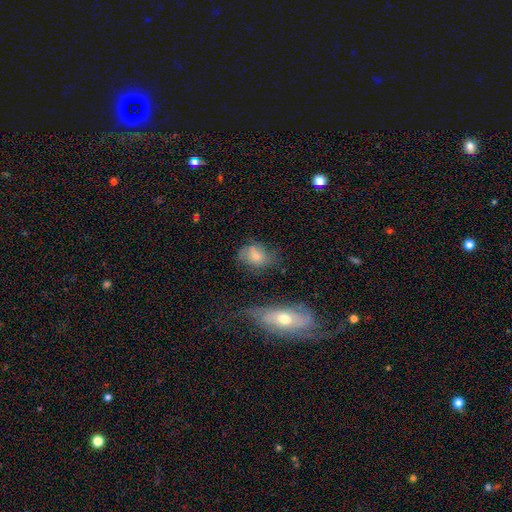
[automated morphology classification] This is possibly a smooth galaxy (60%). How rounded: likely in between (63%). Merging: possibly none (45%).